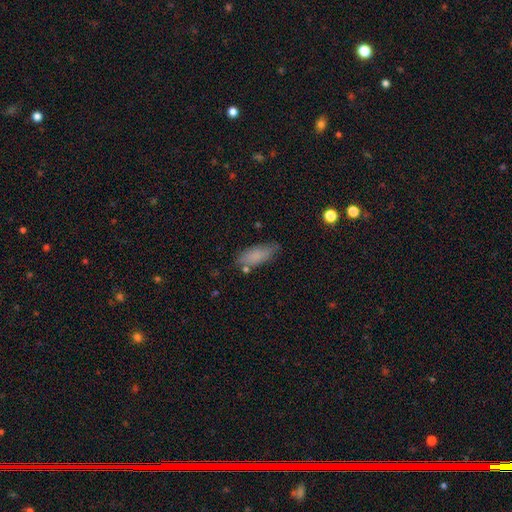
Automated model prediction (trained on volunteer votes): A smooth galaxy with no disk features (81%) that is in between round and cigar-shaped (68%).

Vote fractions:
- Smooth or featured? smooth: 81% / featured or disk: 12% / star or artifact: 8%
- How rounded? in between: 68% / cigar-shaped: 30% / round: 2%
- Merging? none: 71% / minor disturbance: 20% / major disturbance: 5% / merger: 4%